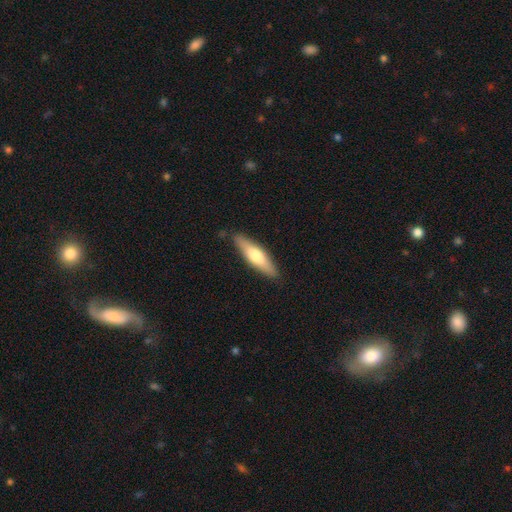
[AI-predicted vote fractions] Smooth or featured? Predicted: smooth (p=0.59). How rounded? Predicted: cigar-shaped (p=0.72). Merging? Predicted: none (p=0.86).